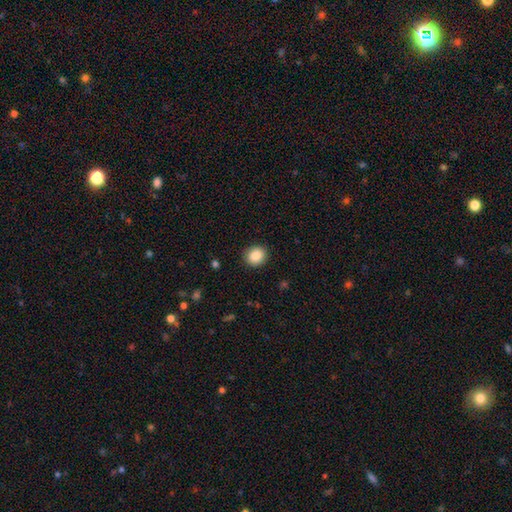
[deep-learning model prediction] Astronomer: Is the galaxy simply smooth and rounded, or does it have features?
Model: smooth — 88%.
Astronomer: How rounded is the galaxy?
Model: round — 81%.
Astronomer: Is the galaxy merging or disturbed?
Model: none — 90%.